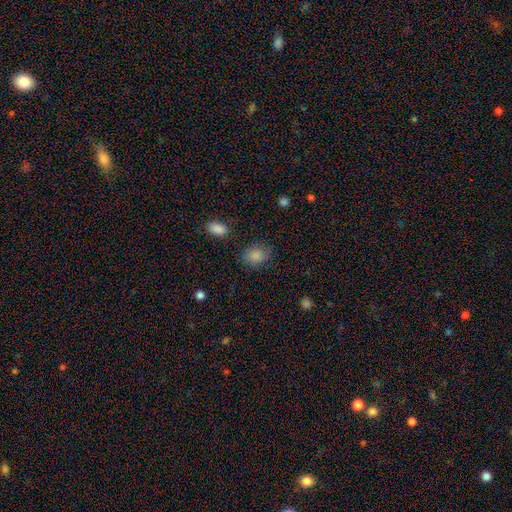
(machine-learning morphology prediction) type=smooth (85%); roundness=in between (54%); merging=none (79%).